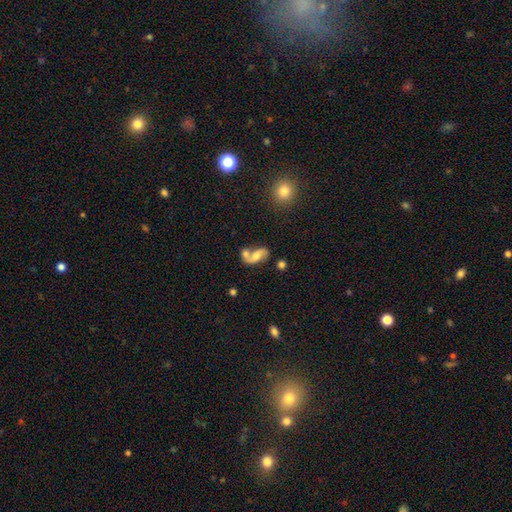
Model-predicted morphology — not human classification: Q: Smooth or featured?
A: featured or disk (61%); runner-up: smooth (30%)
Q: Edge-on disk?
A: no (96%); runner-up: yes (4%)
Q: Bar?
A: no (57%); runner-up: weak (33%)
Q: Spiral arms?
A: yes (83%); runner-up: no (17%)
Q: Bulge size?
A: moderate (53%); runner-up: small (25%)
Q: Merging?
A: merger (42%); runner-up: none (35%)